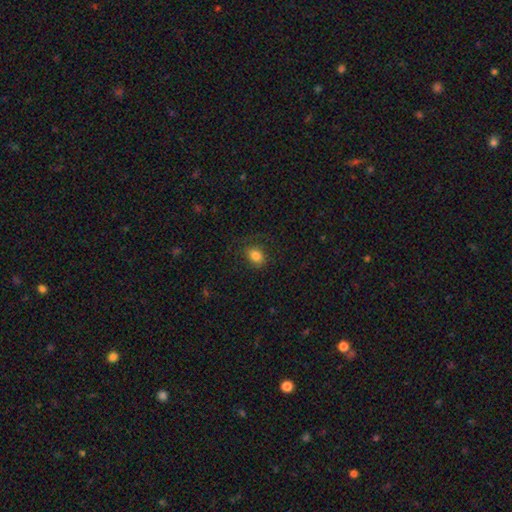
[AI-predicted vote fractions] A smooth galaxy with no disk features (82%) that is in between round and cigar-shaped (59%).

Vote fractions:
- Smooth or featured? smooth: 82% / star or artifact: 10% / featured or disk: 8%
- How rounded? in between: 59% / round: 39% / cigar-shaped: 1%
- Merging? none: 78% / minor disturbance: 14% / major disturbance: 7% / merger: 1%